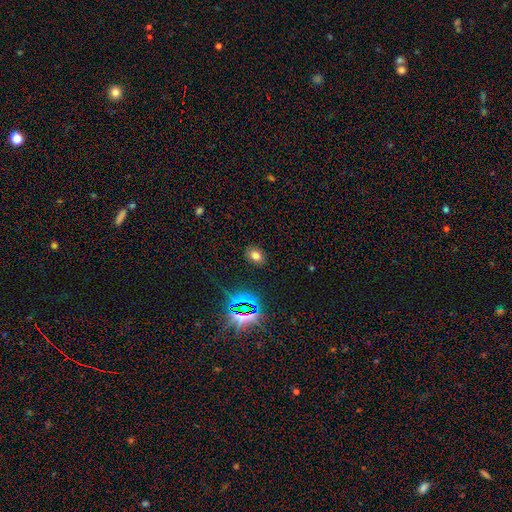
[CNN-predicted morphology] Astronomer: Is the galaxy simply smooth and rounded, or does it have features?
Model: smooth — 69%.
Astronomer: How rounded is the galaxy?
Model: in between — 72%.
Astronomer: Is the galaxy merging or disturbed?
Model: none — 87%.